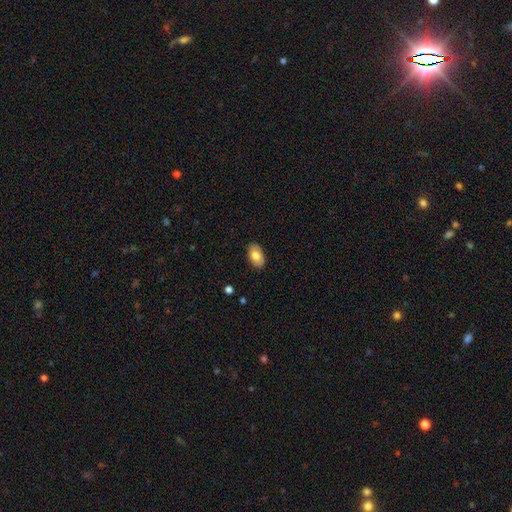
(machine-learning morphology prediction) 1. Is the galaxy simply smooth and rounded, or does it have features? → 77% smooth, 16% featured or disk, 7% star or artifact.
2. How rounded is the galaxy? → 92% in between, 7% round, 1% cigar-shaped.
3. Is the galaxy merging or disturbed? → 87% none, 10% minor disturbance, 2% major disturbance, 1% merger.